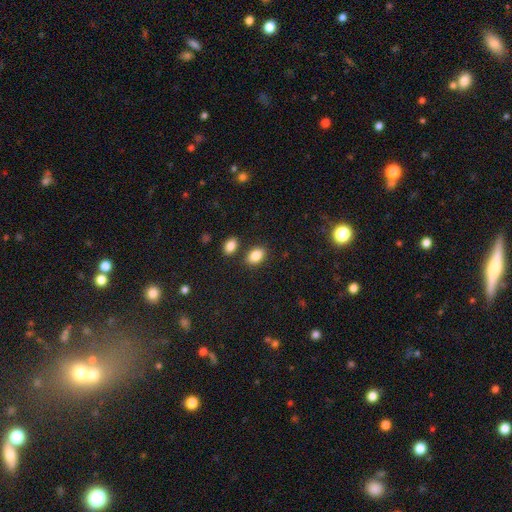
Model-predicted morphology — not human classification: Smooth or featured? Predicted: smooth (p=0.86). How rounded? Predicted: in between (p=0.84). Merging? Predicted: none (p=0.77).